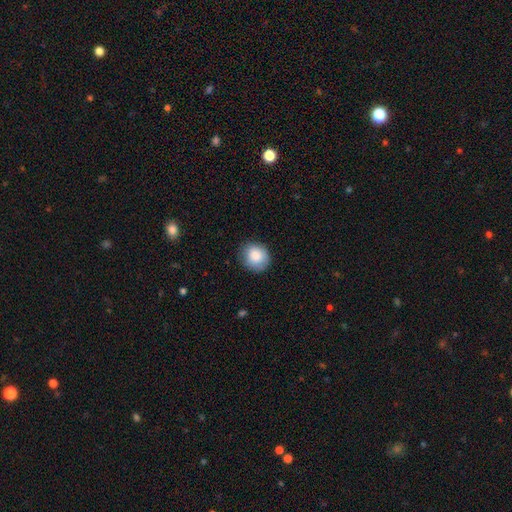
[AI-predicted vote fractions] Q: Smooth or featured?
A: smooth (85%); runner-up: star or artifact (8%)
Q: How rounded?
A: round (80%); runner-up: in between (19%)
Q: Merging?
A: none (83%); runner-up: minor disturbance (13%)